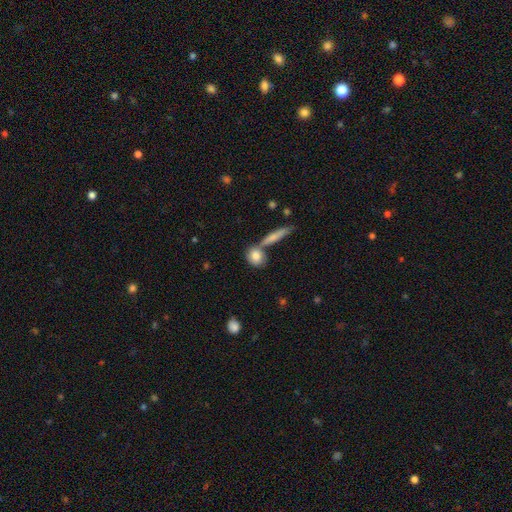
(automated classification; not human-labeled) smooth_or_featured: smooth (p=0.79) [alt: featured or disk p=0.14]
how_rounded: round (p=0.51) [alt: in between p=0.38]
merging: none (p=0.53) [alt: merger p=0.31]